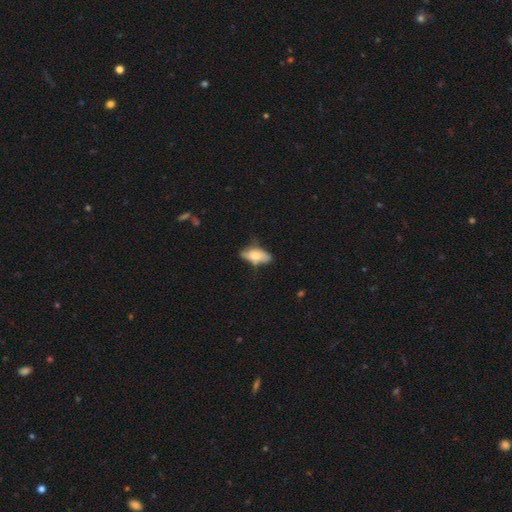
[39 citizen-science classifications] Overall: smooth (59%; featured or disk 36%). How rounded: in between (87%). Merging: none (73%).